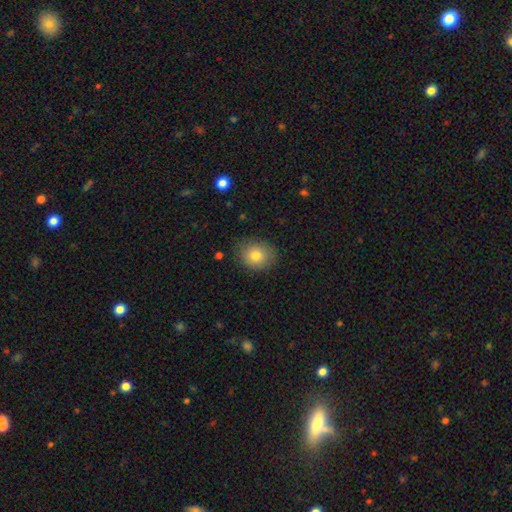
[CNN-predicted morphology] Q: Smooth or featured?
A: smooth (80%); runner-up: featured or disk (10%)
Q: How rounded?
A: round (61%); runner-up: in between (38%)
Q: Merging?
A: none (83%); runner-up: minor disturbance (13%)